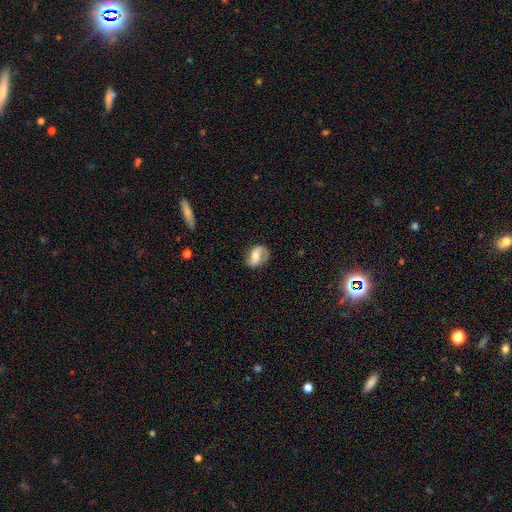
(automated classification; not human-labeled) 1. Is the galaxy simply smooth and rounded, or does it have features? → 61% featured or disk, 32% smooth, 7% star or artifact.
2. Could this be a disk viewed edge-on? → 96% no, 4% yes.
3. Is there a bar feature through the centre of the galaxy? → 37% weak, 32% strong, 31% no.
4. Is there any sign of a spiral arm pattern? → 84% yes, 16% no.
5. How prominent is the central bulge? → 56% moderate, 26% small, 12% large, 5% none, 2% dominant.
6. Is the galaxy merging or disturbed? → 67% none, 21% minor disturbance, 10% major disturbance, 2% merger.